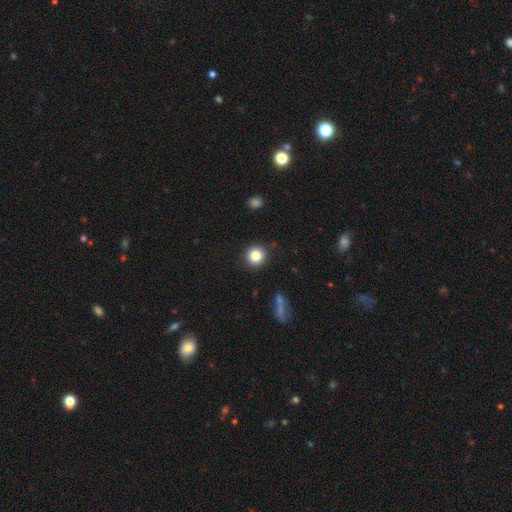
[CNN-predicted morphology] type=smooth (83%); roundness=round (93%); merging=none (91%).